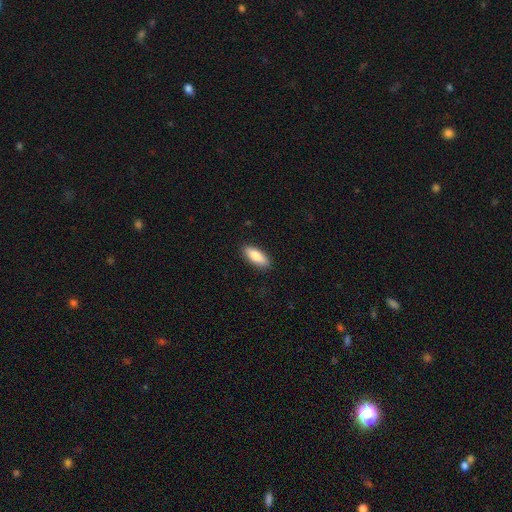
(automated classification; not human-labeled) A smooth galaxy with no disk features (82%) that is in between round and cigar-shaped (69%).

Vote fractions:
- Smooth or featured? smooth: 82% / featured or disk: 12% / star or artifact: 6%
- How rounded? in between: 69% / cigar-shaped: 29% / round: 2%
- Merging? none: 88% / minor disturbance: 9% / major disturbance: 2% / merger: 1%